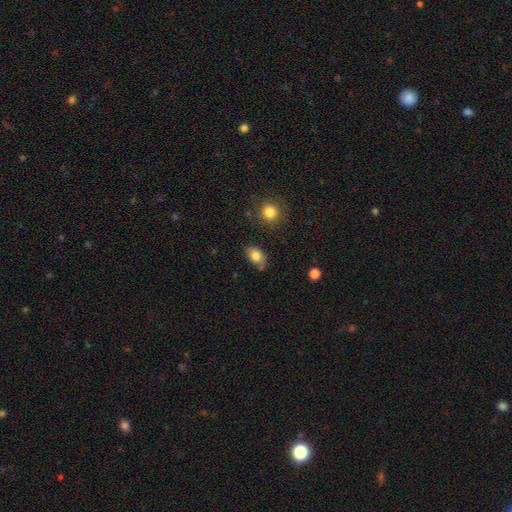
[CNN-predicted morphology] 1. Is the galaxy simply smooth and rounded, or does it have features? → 82% smooth, 9% featured or disk, 9% star or artifact.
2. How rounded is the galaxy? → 83% in between, 16% round, 2% cigar-shaped.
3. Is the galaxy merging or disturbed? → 66% none, 23% minor disturbance, 6% major disturbance, 5% merger.